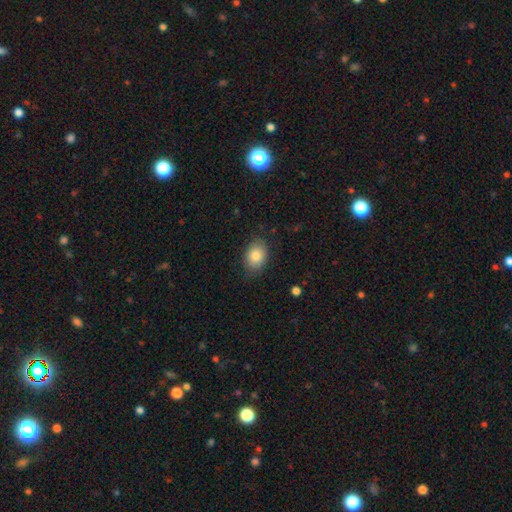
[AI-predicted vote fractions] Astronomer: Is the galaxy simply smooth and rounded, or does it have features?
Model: smooth — 82%.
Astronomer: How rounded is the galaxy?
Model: in between — 75%.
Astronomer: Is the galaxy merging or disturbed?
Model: none — 80%.